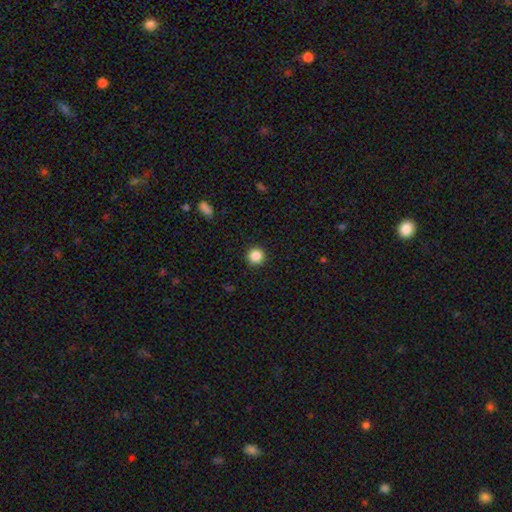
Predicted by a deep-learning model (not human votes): Smooth or featured?
  - smooth: 86% *
  - star or artifact: 10%
  - featured or disk: 4%
How rounded?
  - round: 95% *
  - in between: 4%
  - cigar-shaped: 1%
Merging?
  - none: 92% *
  - minor disturbance: 5%
  - major disturbance: 2%
  - merger: 1%